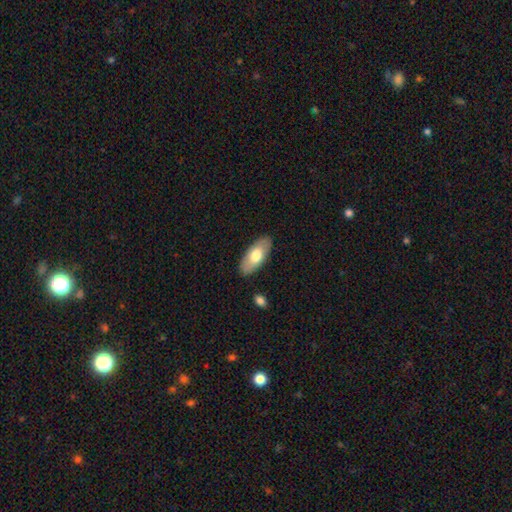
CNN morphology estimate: This appears to be a smooth galaxy with no disk features (69%) that is in between round and cigar-shaped (88%). Merging: none (87%).